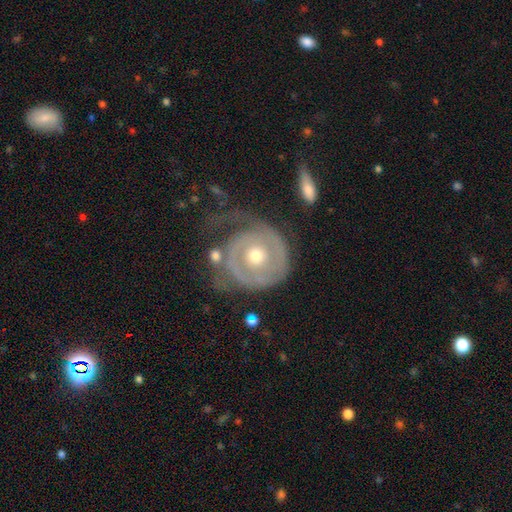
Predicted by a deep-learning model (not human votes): Q: Smooth or featured?
A: featured or disk (81%); runner-up: smooth (13%)
Q: Edge-on disk?
A: no (97%); runner-up: yes (3%)
Q: Bar?
A: no (79%); runner-up: weak (16%)
Q: Spiral arms?
A: yes (82%); runner-up: no (18%)
Q: Spiral winding?
A: tight (76%); runner-up: medium (18%)
Q: Spiral arm count?
A: 2 (30%); tied with: can't tell (30%)
Q: Bulge size?
A: moderate (69%); runner-up: small (25%)
Q: Merging?
A: none (51%); runner-up: minor disturbance (22%)